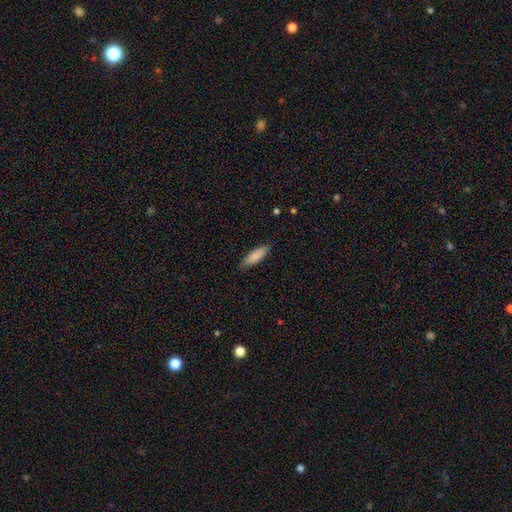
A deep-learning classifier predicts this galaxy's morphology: type=smooth (84%); roundness=cigar-shaped (54%); merging=none (86%).